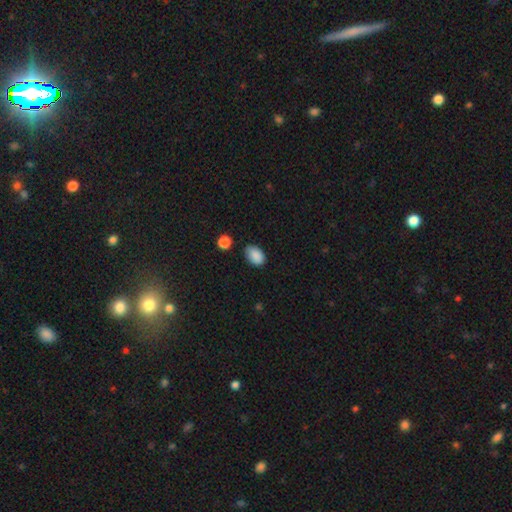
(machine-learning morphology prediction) Overall: smooth (89%). How rounded: in between (89%). Merging: none (76%).